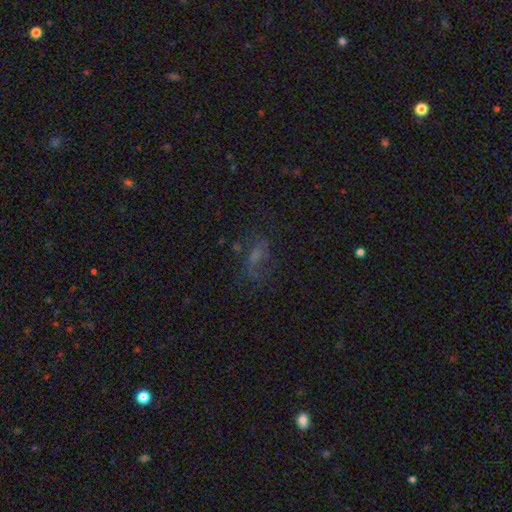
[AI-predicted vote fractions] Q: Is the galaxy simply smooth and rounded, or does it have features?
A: featured or disk — 36%.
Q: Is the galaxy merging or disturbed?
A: none — 58%.